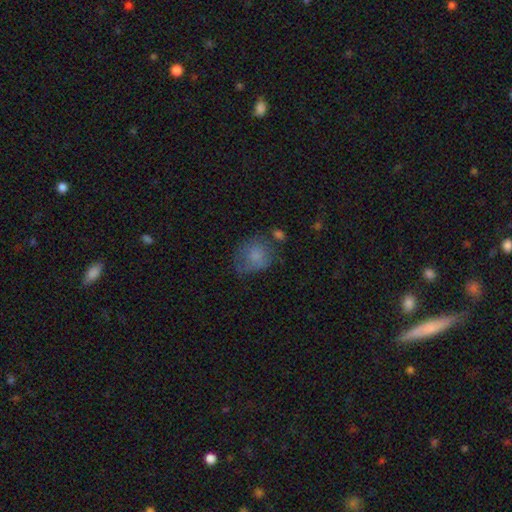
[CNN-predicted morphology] A smooth galaxy with no disk features (74%) that is round (60%).

Vote fractions:
- Smooth or featured? smooth: 74% / featured or disk: 16% / star or artifact: 10%
- How rounded? round: 60% / in between: 38% / cigar-shaped: 1%
- Merging? none: 46% / minor disturbance: 30% / major disturbance: 18% / merger: 6%